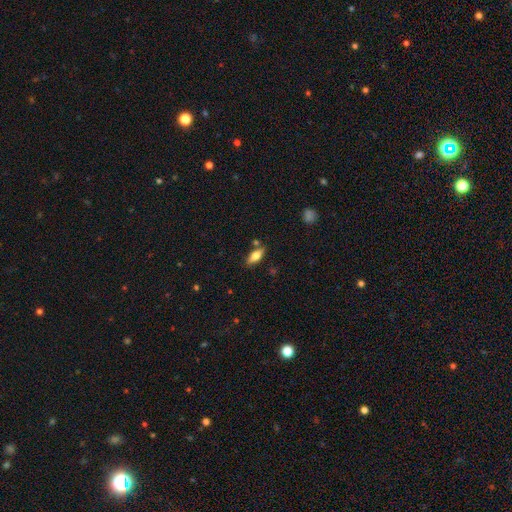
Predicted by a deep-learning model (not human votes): Morphology: type=smooth (71%); roundness=in between (73%); merging=none (79%).